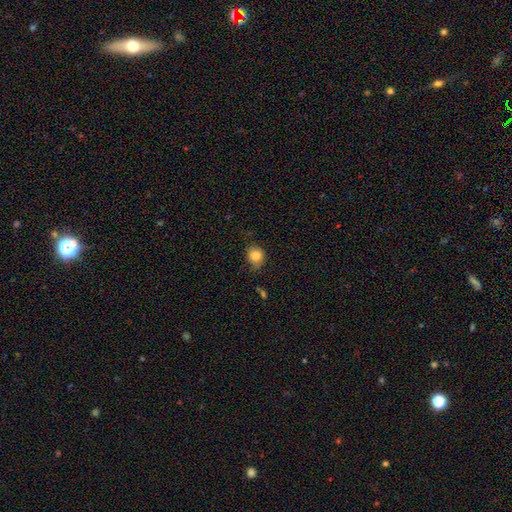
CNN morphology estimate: Smooth or featured? Predicted: smooth (p=0.81). How rounded? Predicted: round (p=0.71). Merging? Predicted: none (p=0.60).